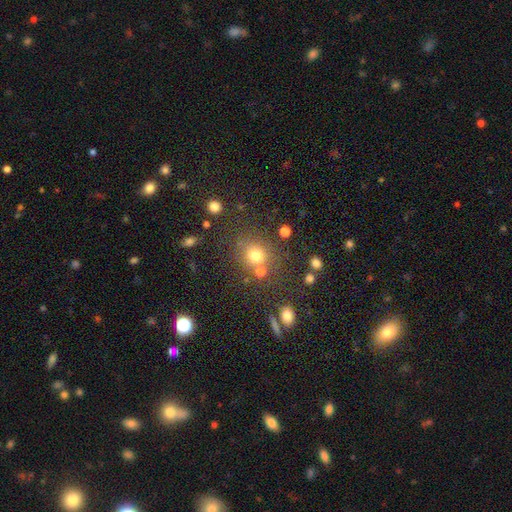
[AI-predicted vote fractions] Smooth or featured: smooth — 75% (star or artifact — 17%)
How rounded: round — 82% (in between — 17%)
Merging: none — 71% (merger — 13%)